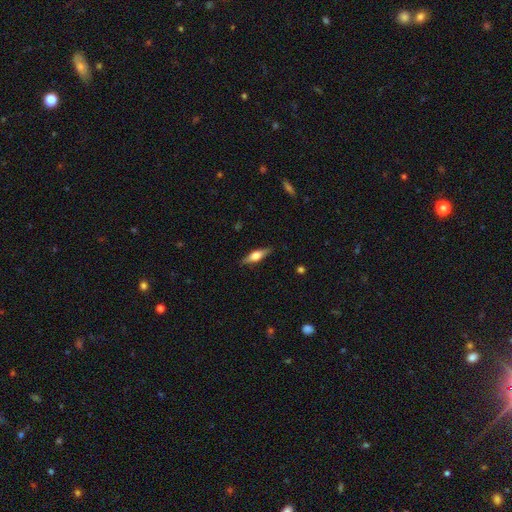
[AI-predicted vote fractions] This is possibly a featured or disk galaxy (55%). It is clearly viewed edge-on (94%). Edge-on bulge: clearly rounded (89%). Merging: clearly none (86%).